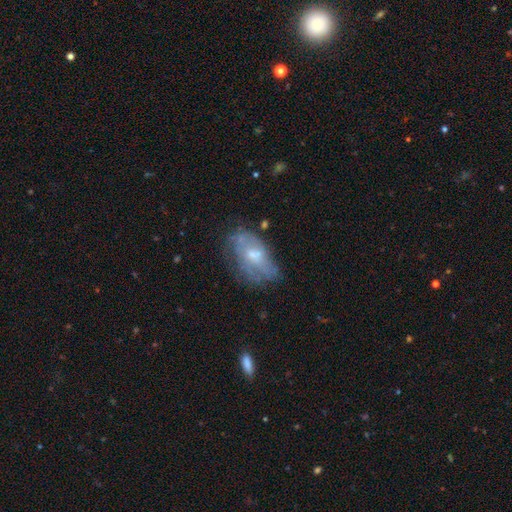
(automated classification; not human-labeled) Q: Smooth or featured?
A: featured or disk (56%); runner-up: smooth (33%)
Q: Edge-on disk?
A: no (93%); runner-up: yes (7%)
Q: Bar?
A: no (70%); runner-up: weak (26%)
Q: Spiral arms?
A: yes (56%); runner-up: no (44%)
Q: Bulge size?
A: moderate (58%); runner-up: small (30%)
Q: Merging?
A: none (61%); runner-up: minor disturbance (25%)